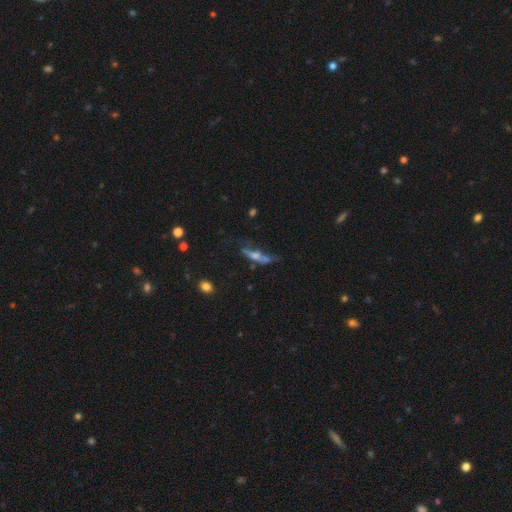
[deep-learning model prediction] featured or disk 55%, smooth 34%, star or artifact 11%. Down the decision tree: edge-on disk — yes (69%); merging — none (38%).